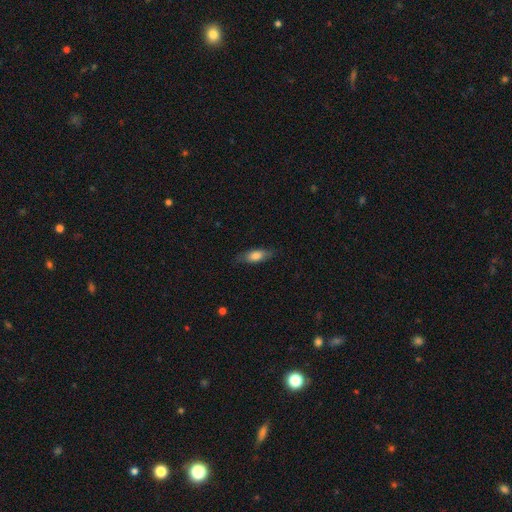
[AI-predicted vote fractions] smooth_or_featured: smooth (p=0.74) [alt: featured or disk p=0.20]
how_rounded: in between (p=0.69) [alt: cigar-shaped p=0.28]
merging: none (p=0.79) [alt: minor disturbance p=0.16]